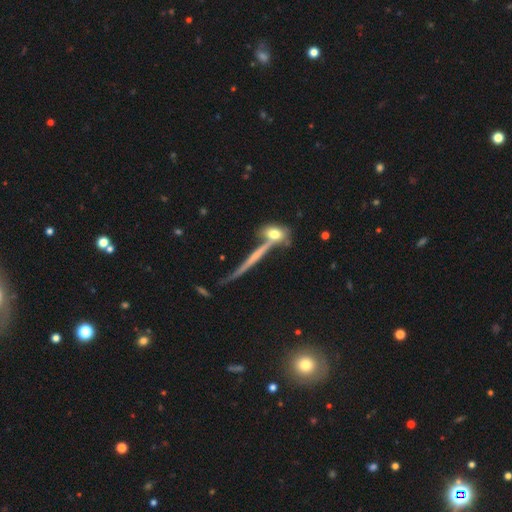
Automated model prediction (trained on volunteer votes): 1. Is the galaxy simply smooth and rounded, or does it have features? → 61% featured or disk, 29% smooth, 10% star or artifact.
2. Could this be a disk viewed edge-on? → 91% yes, 9% no.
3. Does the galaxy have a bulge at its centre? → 66% none, 25% rounded, 9% boxy.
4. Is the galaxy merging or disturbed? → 62% none, 16% merger, 15% minor disturbance, 7% major disturbance.